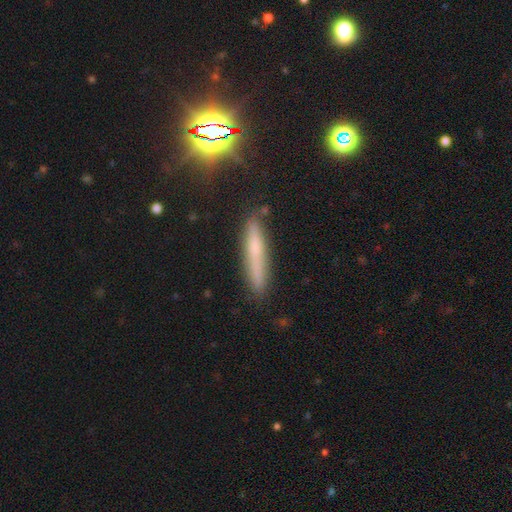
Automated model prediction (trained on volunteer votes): This is possibly a smooth galaxy (50%). Merging: clearly none (84%).